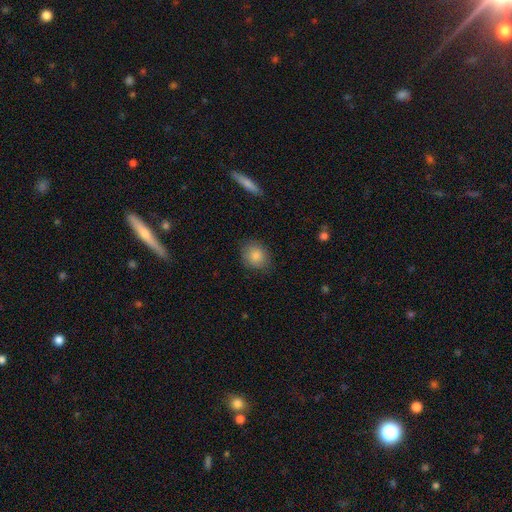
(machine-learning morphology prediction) Overall: smooth (85%). How rounded: round (66%; in between 33%). Merging: none (82%).